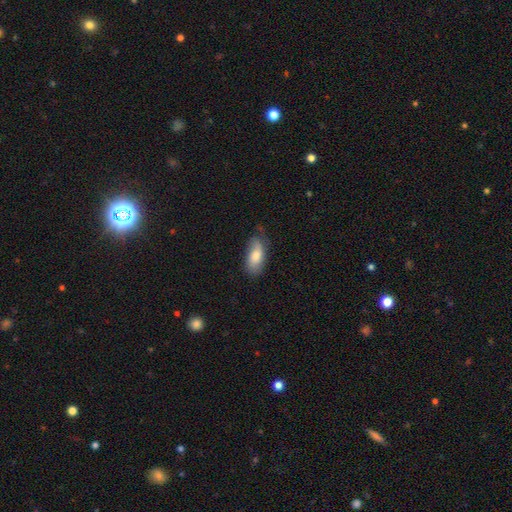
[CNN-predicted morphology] smooth-or-featured: smooth: 73% | featured or disk: 20% | star or artifact: 6%
  how-rounded: in between: 87% | cigar-shaped: 10% | round: 3%
  merging: none: 53% | minor disturbance: 33% | major disturbance: 12% | merger: 2%